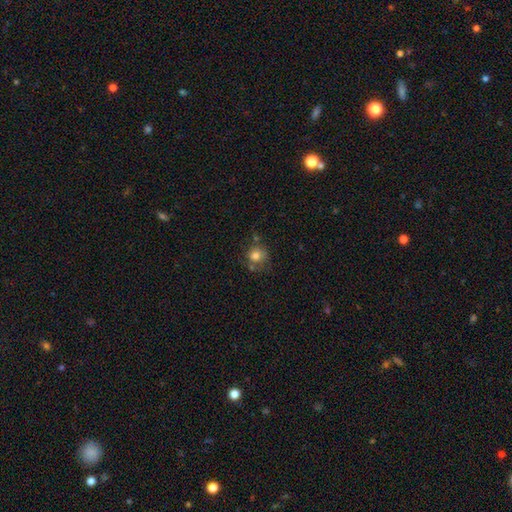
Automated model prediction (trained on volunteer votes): Overall: smooth (77%). How rounded: round (86%). Merging: none (60%).